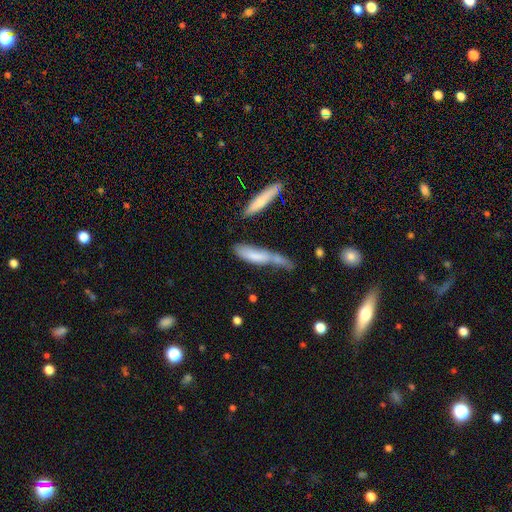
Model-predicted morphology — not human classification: Overall: smooth (69%). How rounded: cigar-shaped (72%). Merging: merger (46%; none 25%).